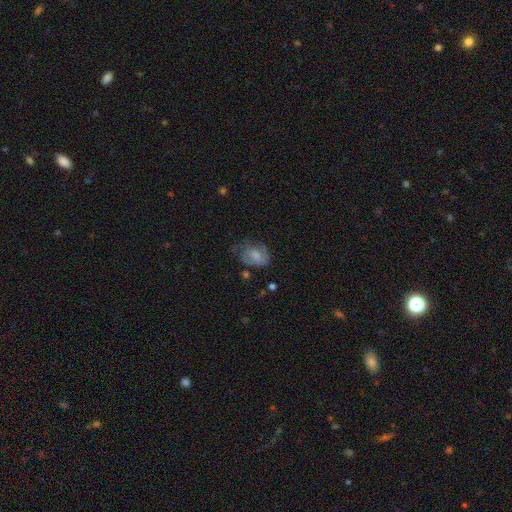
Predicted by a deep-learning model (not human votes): featured or disk 52%, smooth 39%, star or artifact 8%. Down the decision tree: edge-on disk — no (97%); bar — no (54%); spiral arms — yes (75%); bulge size — moderate (40%); merging — none (43%).